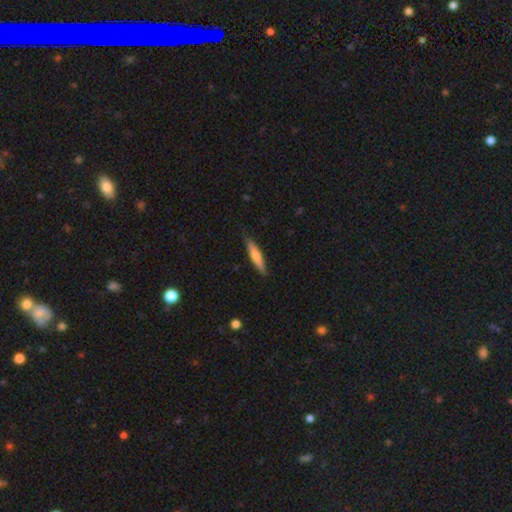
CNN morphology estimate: smooth_or_featured: smooth (p=0.63) [alt: featured or disk p=0.32]
how_rounded: cigar-shaped (p=0.87) [alt: in between p=0.11]
merging: none (p=0.85) [alt: minor disturbance p=0.12]